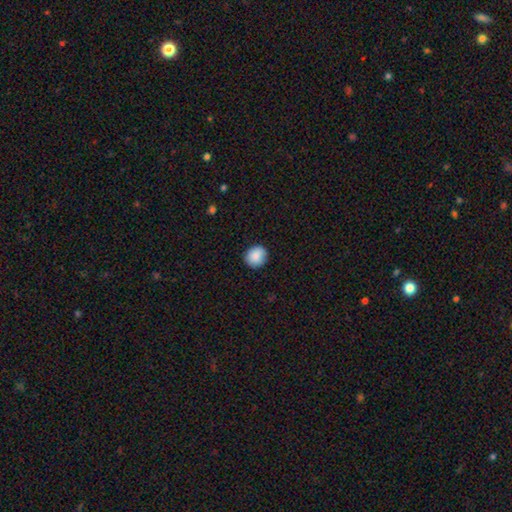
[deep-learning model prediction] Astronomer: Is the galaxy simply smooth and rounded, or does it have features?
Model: smooth — 88%.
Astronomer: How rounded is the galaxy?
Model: round — 85%.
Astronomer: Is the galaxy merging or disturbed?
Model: none — 89%.